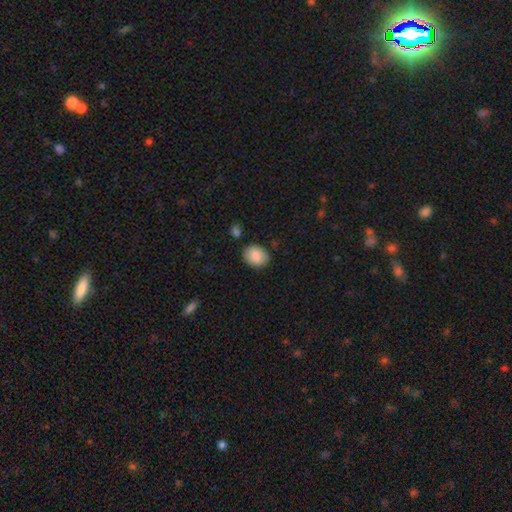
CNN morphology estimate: A smooth galaxy with no disk features (87%) that is in between round and cigar-shaped (62%).

Vote fractions:
- Smooth or featured? smooth: 87% / star or artifact: 7% / featured or disk: 7%
- How rounded? in between: 62% / round: 37% / cigar-shaped: 1%
- Merging? none: 81% / minor disturbance: 13% / merger: 3% / major disturbance: 3%